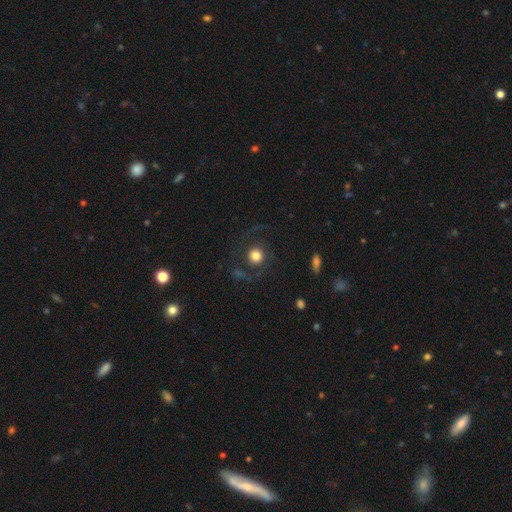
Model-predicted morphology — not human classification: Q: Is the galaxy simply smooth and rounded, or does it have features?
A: smooth — 46%.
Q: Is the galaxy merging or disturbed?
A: none — 69%.